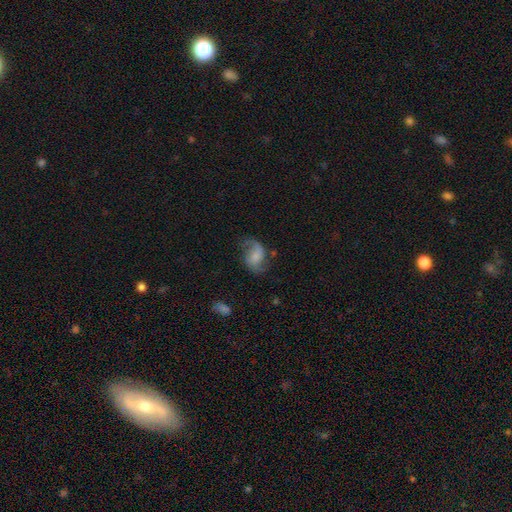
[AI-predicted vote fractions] Smooth or featured? Predicted: featured or disk (p=0.74). Edge-on disk? Predicted: no (p=0.97). Bar? Predicted: no (p=0.50). Spiral arms? Predicted: yes (p=0.93). Spiral winding? Predicted: loose (p=0.53). Spiral arm count? Predicted: 2 (p=0.86). Bulge size? Predicted: small (p=0.47). Merging? Predicted: none (p=0.63).